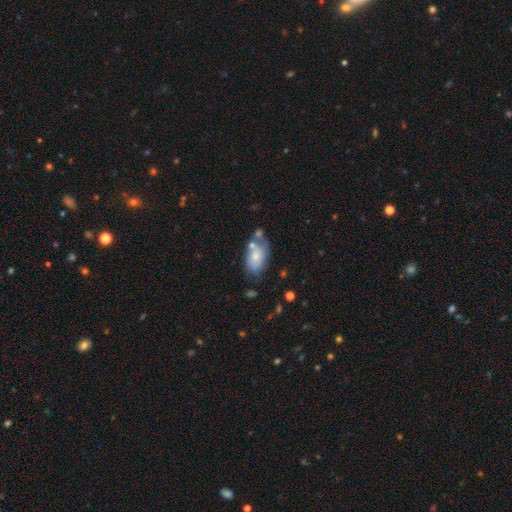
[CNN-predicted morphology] The model was most divided on "merging": none: 41%, minor disturbance: 26%, merger: 22%, major disturbance: 11%. More confident: how rounded — in between (90%); smooth or featured — smooth (66%).